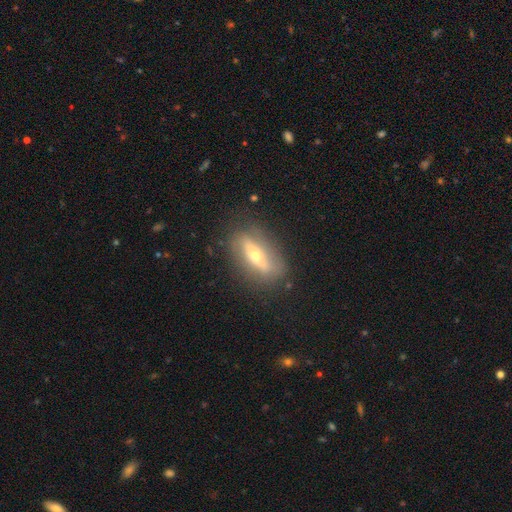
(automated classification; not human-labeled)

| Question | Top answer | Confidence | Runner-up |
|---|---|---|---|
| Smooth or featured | featured or disk | 61% | smooth (31%) |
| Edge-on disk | yes | 57% | no (43%) |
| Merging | none | 78% | minor disturbance (15%) |